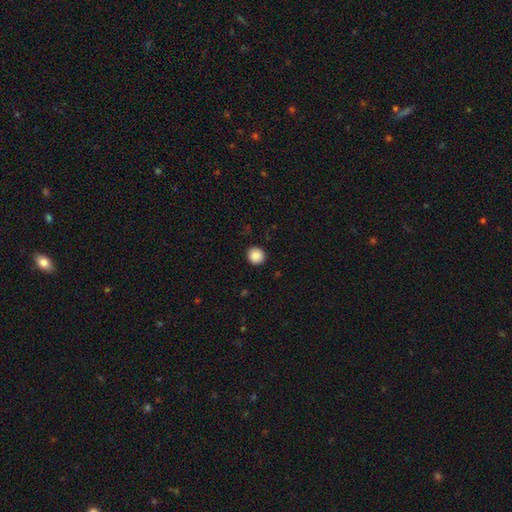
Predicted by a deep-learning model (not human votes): Smooth or featured?
  - smooth: 89% *
  - star or artifact: 9%
  - featured or disk: 2%
How rounded?
  - round: 92% *
  - in between: 7%
  - cigar-shaped: 1%
Merging?
  - none: 92% *
  - minor disturbance: 5%
  - major disturbance: 2%
  - merger: 1%